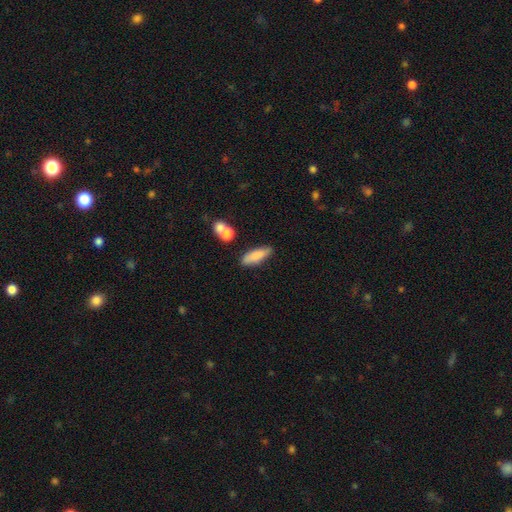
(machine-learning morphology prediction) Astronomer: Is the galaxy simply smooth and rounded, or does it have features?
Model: smooth — 81%.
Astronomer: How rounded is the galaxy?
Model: in between — 49% (runner-up: cigar-shaped, 48%).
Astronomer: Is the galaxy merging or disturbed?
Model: none — 77%.